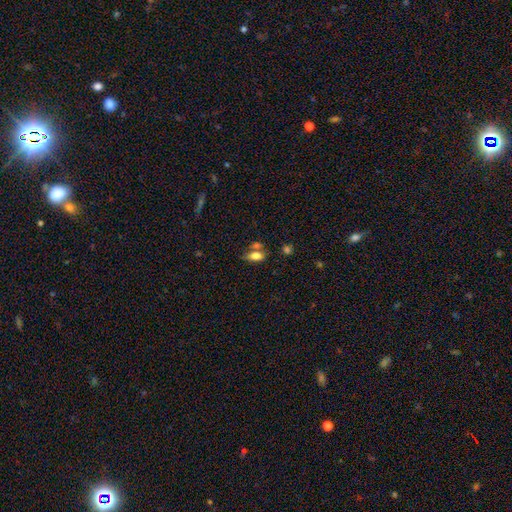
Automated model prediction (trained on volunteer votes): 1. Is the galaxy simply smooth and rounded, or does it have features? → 77% smooth, 13% featured or disk, 10% star or artifact.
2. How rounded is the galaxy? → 85% in between, 9% cigar-shaped, 6% round.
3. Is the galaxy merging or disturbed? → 52% none, 27% merger, 15% minor disturbance, 6% major disturbance.